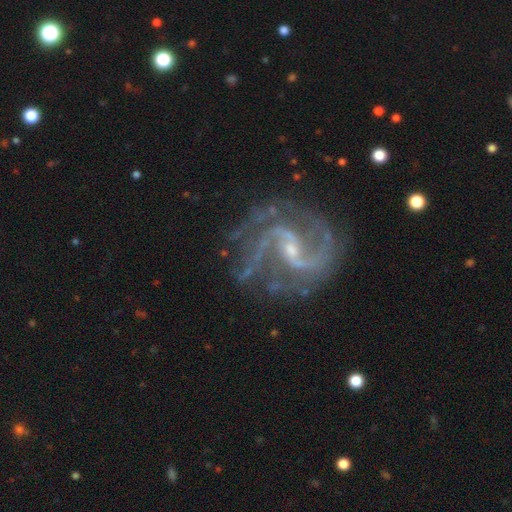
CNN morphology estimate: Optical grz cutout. It shows a featured or disk galaxy (92%) with a weak bar (52%), 2 (74%) medium (58%) spiral arms (98%) and a small central bulge (73%). Merging: none (71%).